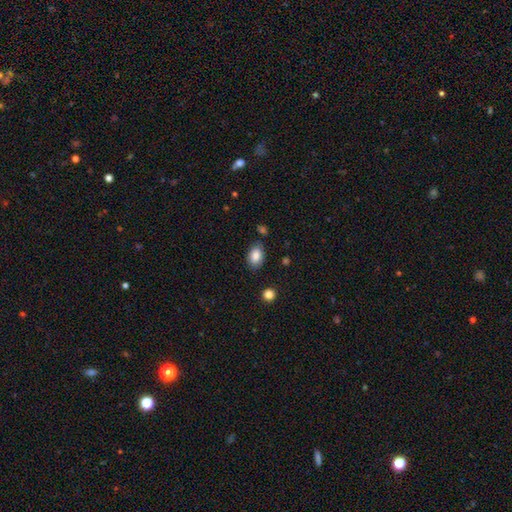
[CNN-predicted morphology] Smooth or featured? smooth (86%)
How rounded? in between (83%)
Merging? none (80%)